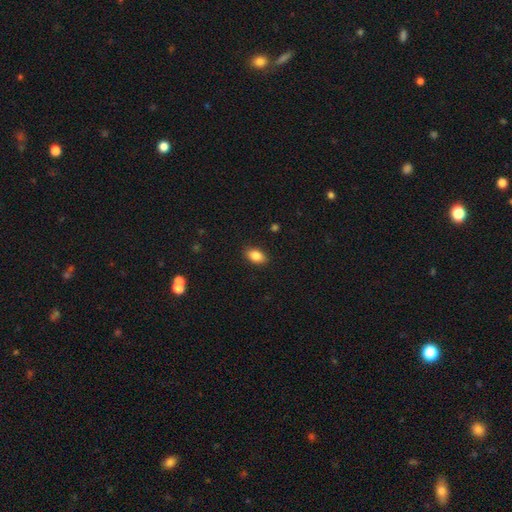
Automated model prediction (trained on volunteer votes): This is clearly a smooth galaxy (84%). How rounded: clearly in between (88%). Merging: clearly none (88%).